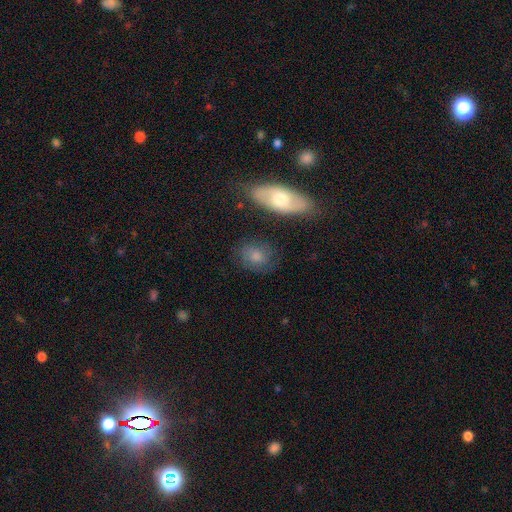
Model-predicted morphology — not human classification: Smooth or featured? smooth (65%)
How rounded? round (49%)
Merging? none (73%)